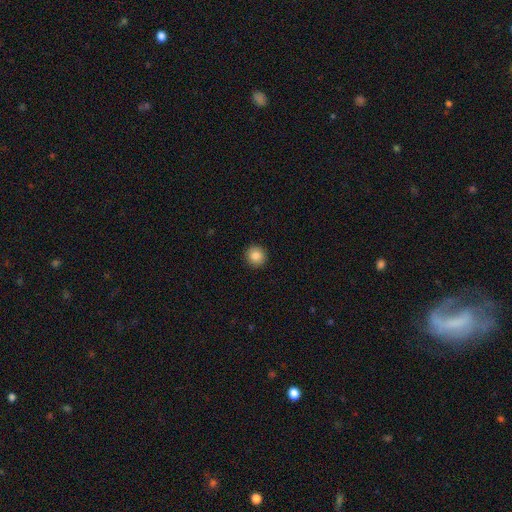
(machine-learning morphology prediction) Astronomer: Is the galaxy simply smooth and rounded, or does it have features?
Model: smooth — 87%.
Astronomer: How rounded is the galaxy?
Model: round — 93%.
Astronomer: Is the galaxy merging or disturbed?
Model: none — 92%.